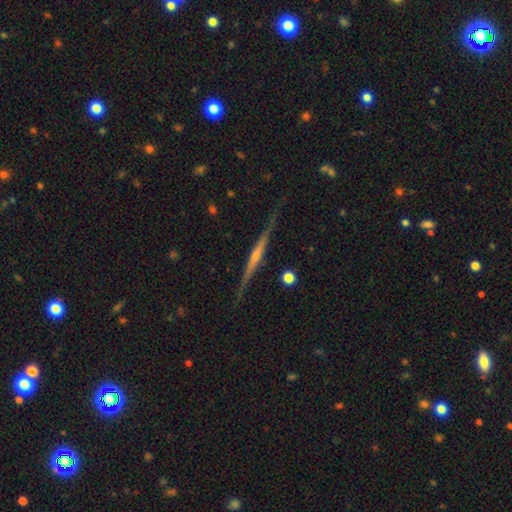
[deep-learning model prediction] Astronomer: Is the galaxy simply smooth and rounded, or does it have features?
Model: featured or disk — 81%.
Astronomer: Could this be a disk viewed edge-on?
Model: yes — 98%.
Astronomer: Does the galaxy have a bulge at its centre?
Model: rounded — 69%.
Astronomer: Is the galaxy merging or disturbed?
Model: none — 89%.